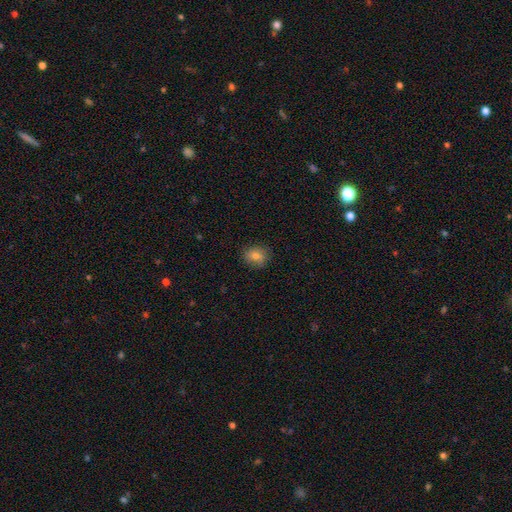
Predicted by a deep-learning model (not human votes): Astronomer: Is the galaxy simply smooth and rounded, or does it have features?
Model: smooth — 79%.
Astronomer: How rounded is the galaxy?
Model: round — 62%.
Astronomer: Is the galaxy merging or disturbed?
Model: none — 79%.